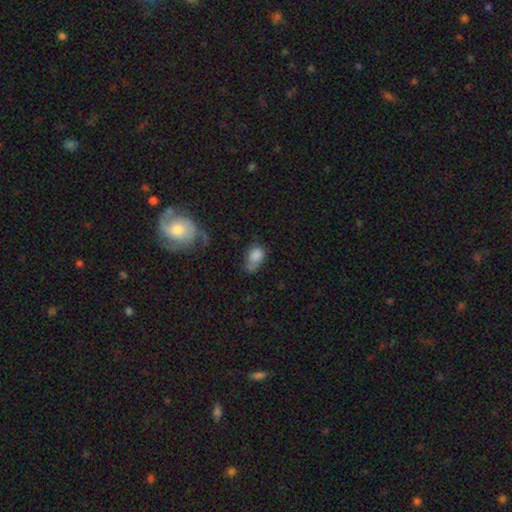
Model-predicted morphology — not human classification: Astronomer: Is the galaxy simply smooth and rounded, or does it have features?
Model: smooth — 79%.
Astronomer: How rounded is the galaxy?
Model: in between — 78%.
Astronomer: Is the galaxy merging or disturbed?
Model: none — 34% (runner-up: minor disturbance, 33%).